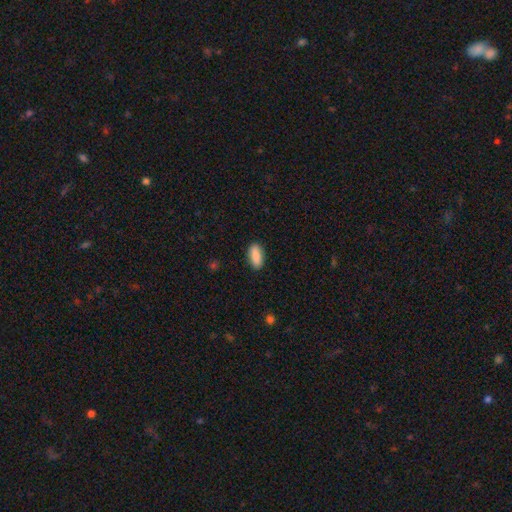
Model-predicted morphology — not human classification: The model was most divided on "how rounded": in between: 84%, cigar-shaped: 13%, round: 3%. More confident: smooth or featured — smooth (88%); merging — none (87%).